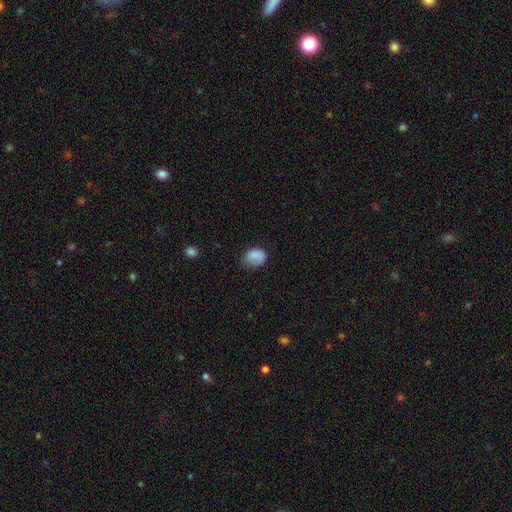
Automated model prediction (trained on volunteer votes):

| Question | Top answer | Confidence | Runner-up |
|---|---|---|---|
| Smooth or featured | smooth | 85% | star or artifact (9%) |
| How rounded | in between | 65% | round (34%) |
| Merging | none | 59% | minor disturbance (31%) |